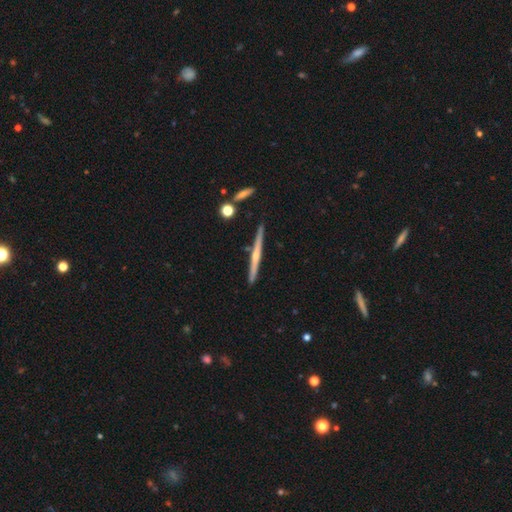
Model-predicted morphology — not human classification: Smooth or featured: featured or disk — 71% (smooth — 23%)
Edge-on disk: yes — 98% (no — 2%)
Edge-on bulge: rounded — 66% (none — 29%)
Merging: none — 88% (minor disturbance — 8%)